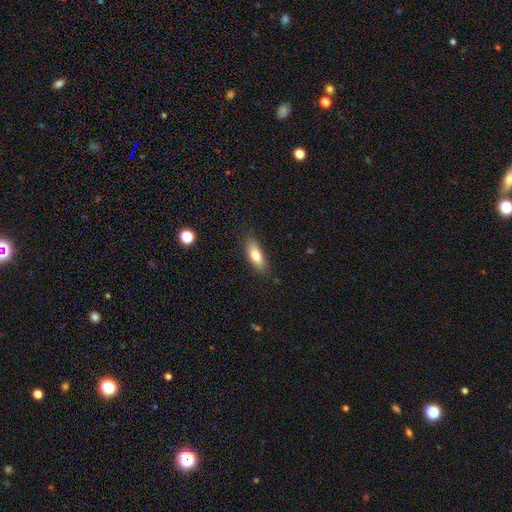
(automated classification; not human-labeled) This is likely a smooth galaxy (77%). How rounded: likely in between (70%). Merging: clearly none (83%).